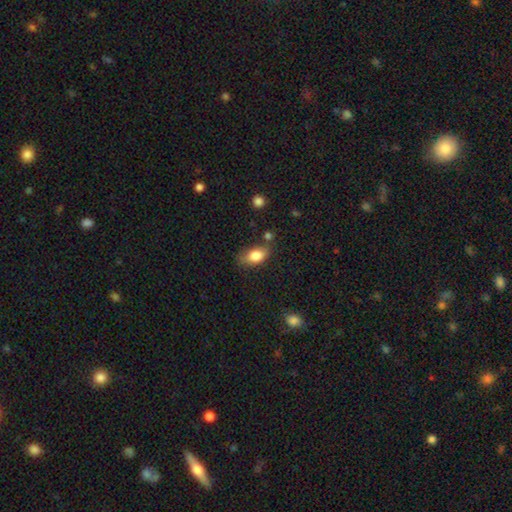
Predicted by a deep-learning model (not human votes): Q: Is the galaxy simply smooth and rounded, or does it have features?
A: smooth — 83%.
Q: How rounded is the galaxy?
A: in between — 88%.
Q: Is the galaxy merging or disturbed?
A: none — 66%.